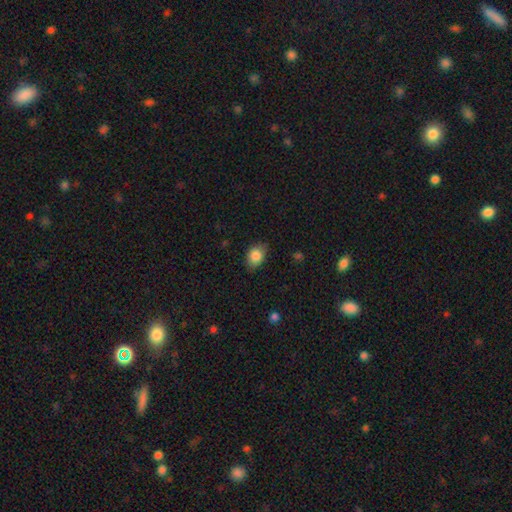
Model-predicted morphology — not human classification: Smooth or featured? smooth (85%)
How rounded? in between (77%)
Merging? none (77%)